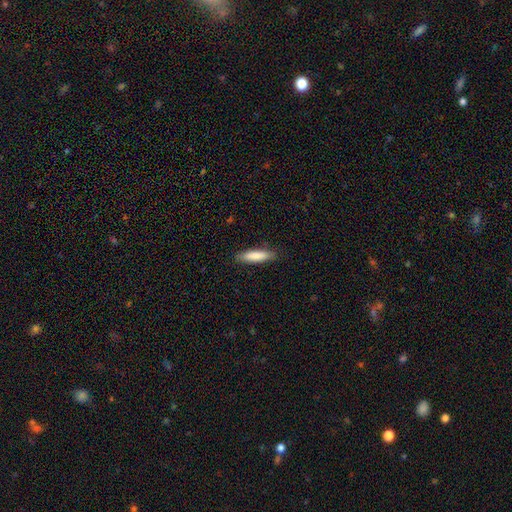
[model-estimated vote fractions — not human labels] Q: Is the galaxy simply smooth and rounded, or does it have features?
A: smooth — 83%.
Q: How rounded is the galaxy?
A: cigar-shaped — 70%.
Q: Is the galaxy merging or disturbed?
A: none — 87%.